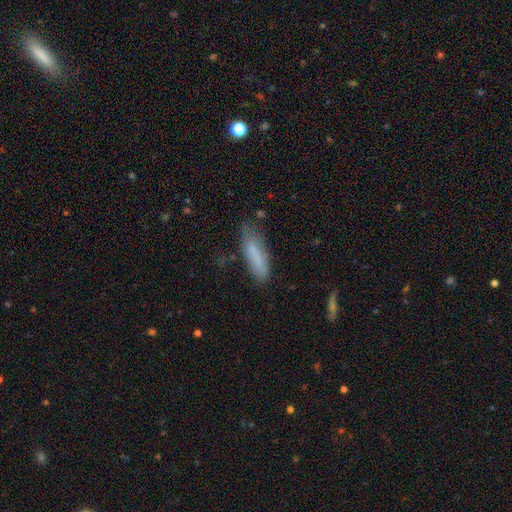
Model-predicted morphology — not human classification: Overall: smooth (76%). How rounded: cigar-shaped (60%; in between 38%). Merging: none (59%; minor disturbance 29%).